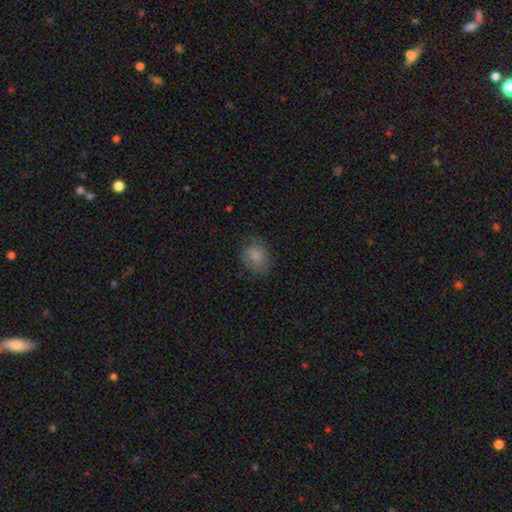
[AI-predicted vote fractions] Smooth or featured? smooth (84%)
How rounded? round (60%)
Merging? none (75%)